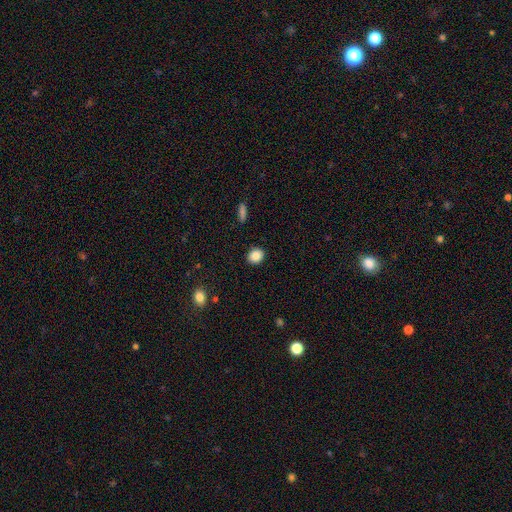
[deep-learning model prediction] Morphology: type=smooth (87%); roundness=round (72%); merging=none (90%).